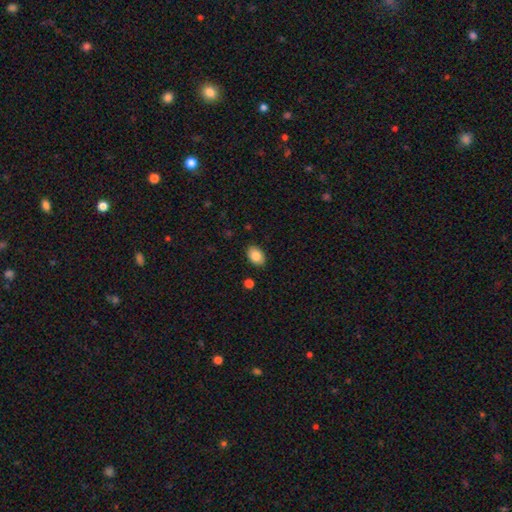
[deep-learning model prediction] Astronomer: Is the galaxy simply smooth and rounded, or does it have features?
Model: smooth — 85%.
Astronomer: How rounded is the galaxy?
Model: in between — 87%.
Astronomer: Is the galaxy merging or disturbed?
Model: none — 88%.